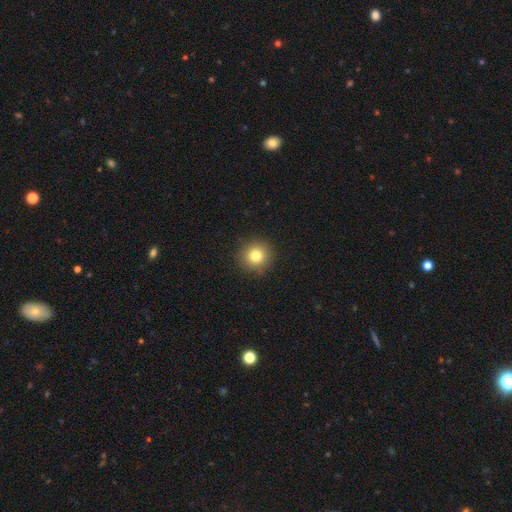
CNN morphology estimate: The model was most divided on "smooth or featured": smooth: 80%, star or artifact: 12%, featured or disk: 8%. More confident: how rounded — round (93%); merging — none (90%).